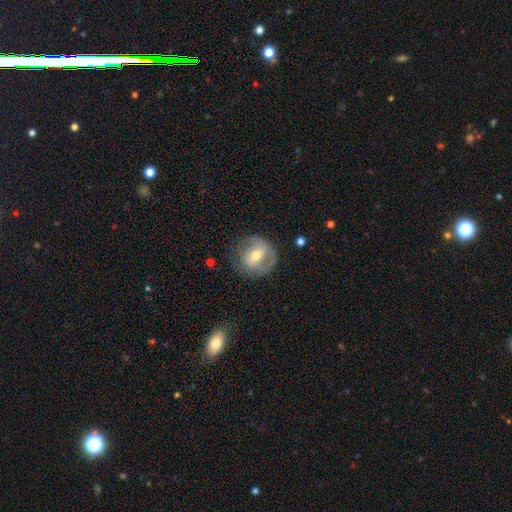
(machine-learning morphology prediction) featured or disk 60%, smooth 33%, star or artifact 7%. Down the decision tree: edge-on disk — no (94%); bar — weak (44%); spiral arms — yes (60%); bulge size — moderate (60%); merging — none (66%).